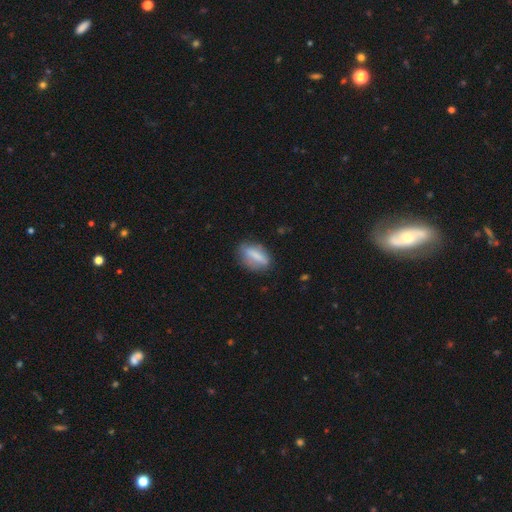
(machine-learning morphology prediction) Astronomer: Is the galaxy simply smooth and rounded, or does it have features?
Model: smooth — 65%.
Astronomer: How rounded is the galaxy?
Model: in between — 70%.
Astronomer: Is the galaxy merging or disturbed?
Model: none — 74%.